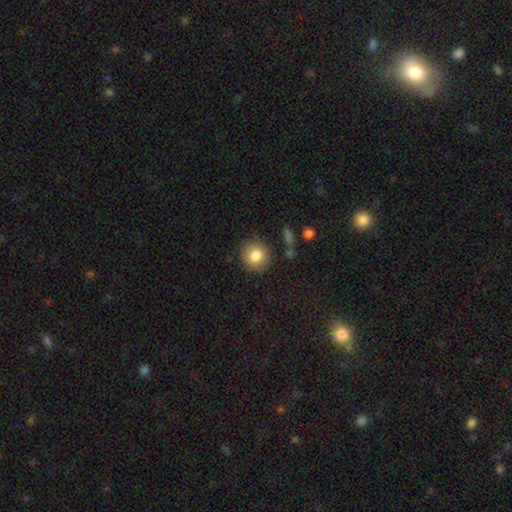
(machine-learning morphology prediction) Overall: smooth (83%). How rounded: round (90%). Merging: none (85%).